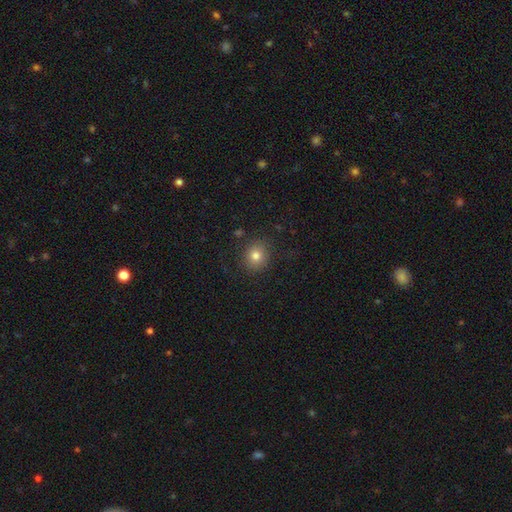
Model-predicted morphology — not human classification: smooth 79%, star or artifact 12%, featured or disk 9%. Down the decision tree: how rounded — round (76%); merging — none (84%).